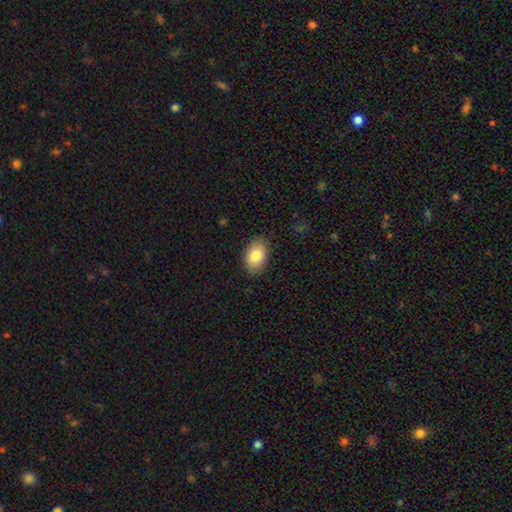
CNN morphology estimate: smooth_or_featured: smooth (p=0.83) [alt: featured or disk p=0.10]
how_rounded: in between (p=0.90) [alt: round p=0.09]
merging: none (p=0.86) [alt: minor disturbance p=0.10]